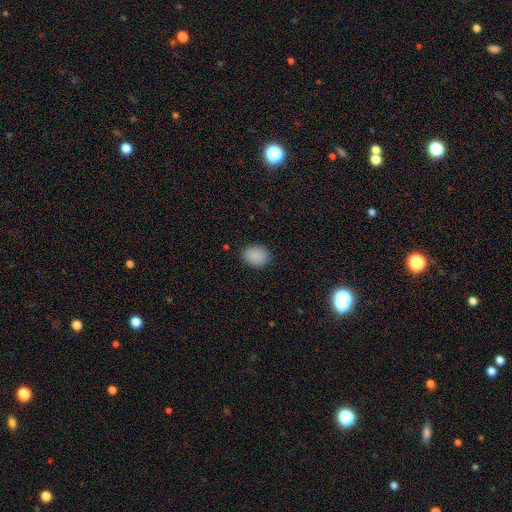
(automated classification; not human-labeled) A smooth galaxy with no disk features (89%) that is in between round and cigar-shaped (57%). Merging: none (86%).